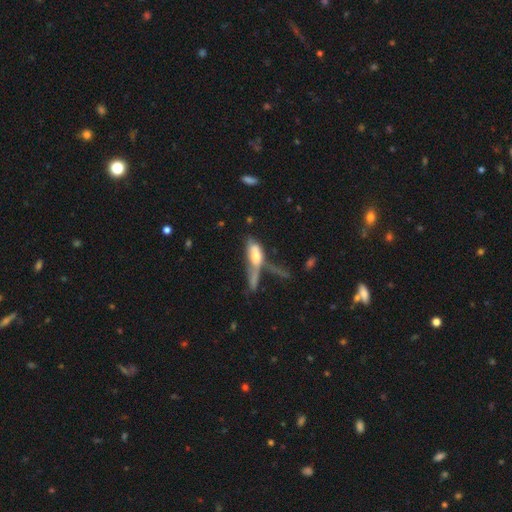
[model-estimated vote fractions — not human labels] This appears to be a smooth galaxy with no disk features (55%) that is in between round and cigar-shaped (68%). Merging: merger (38%).